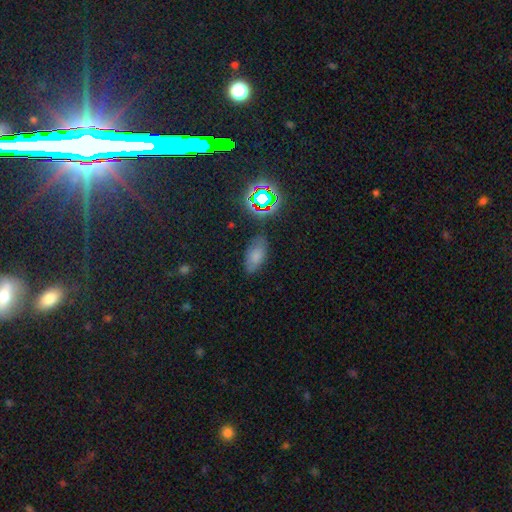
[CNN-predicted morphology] This is likely a smooth galaxy (70%). How rounded: clearly in between (91%). Merging: likely none (78%).